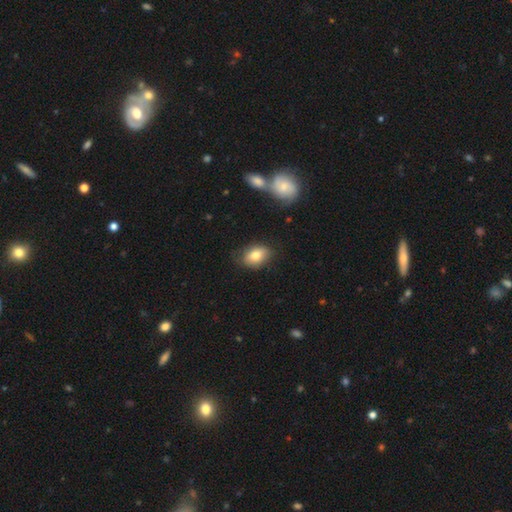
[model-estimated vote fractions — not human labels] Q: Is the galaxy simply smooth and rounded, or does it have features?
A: smooth — 77%.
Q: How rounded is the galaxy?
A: in between — 79%.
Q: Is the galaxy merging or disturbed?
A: none — 76%.